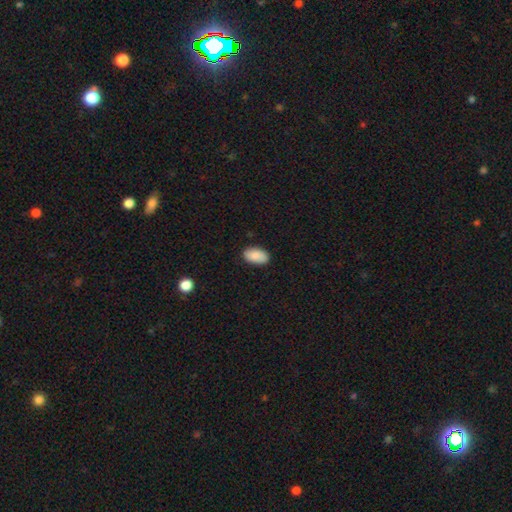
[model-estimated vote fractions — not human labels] The model was most divided on "merging": none: 88%, minor disturbance: 9%, major disturbance: 2%, merger: 1%. More confident: how rounded — in between (94%); smooth or featured — smooth (87%).